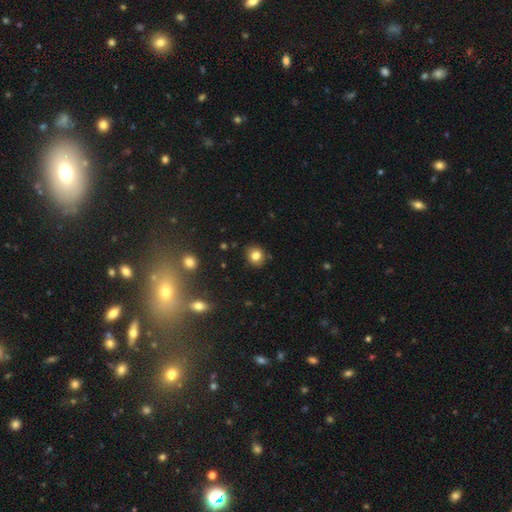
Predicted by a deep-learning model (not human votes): smooth-or-featured: smooth: 81% | star or artifact: 12% | featured or disk: 8%
  how-rounded: round: 79% | in between: 20% | cigar-shaped: 1%
  merging: none: 84% | minor disturbance: 11% | major disturbance: 2% | merger: 2%